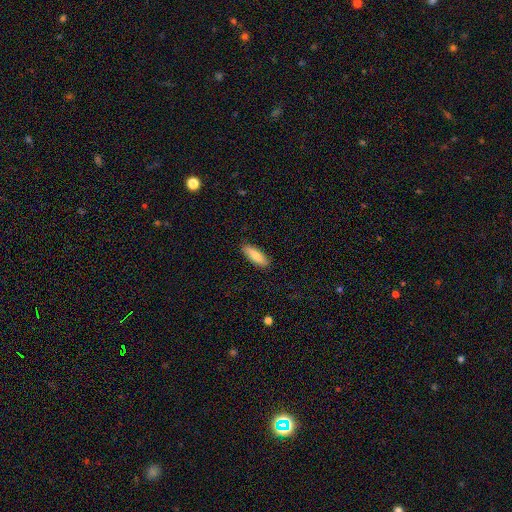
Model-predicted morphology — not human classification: Smooth or featured?
  - smooth: 79% *
  - featured or disk: 15%
  - star or artifact: 6%
How rounded?
  - in between: 51% *
  - cigar-shaped: 48%
  - round: 2%
Merging?
  - none: 88% *
  - minor disturbance: 10%
  - major disturbance: 2%
  - merger: 1%